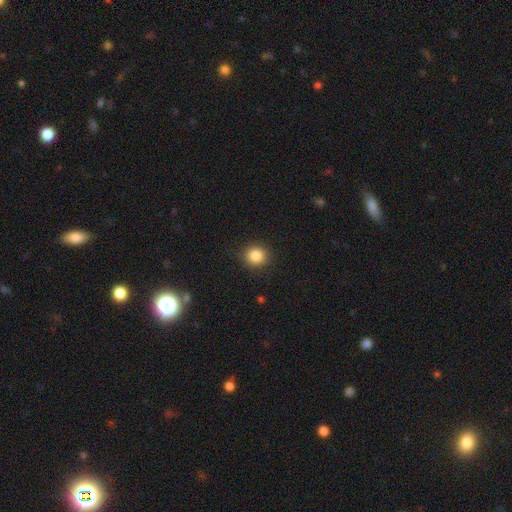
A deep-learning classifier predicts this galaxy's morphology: Smooth or featured: smooth — 86% (star or artifact — 10%)
How rounded: round — 89% (in between — 10%)
Merging: none — 89% (minor disturbance — 7%)